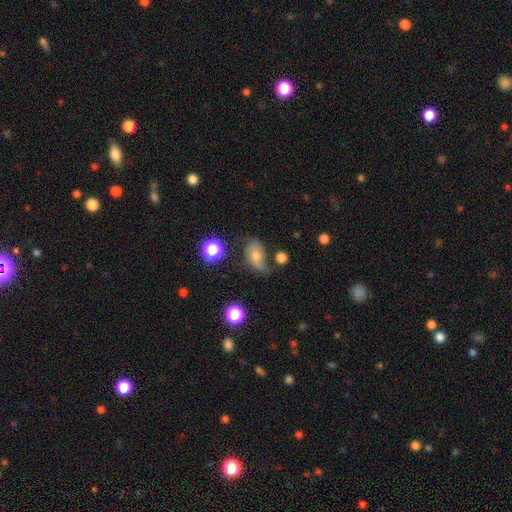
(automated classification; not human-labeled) Smooth or featured? featured or disk (47%)
Merging? none (44%)